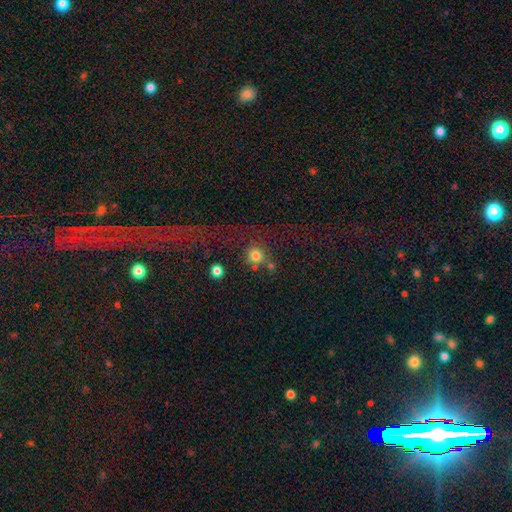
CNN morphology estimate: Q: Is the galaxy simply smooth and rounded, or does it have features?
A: smooth — 74%.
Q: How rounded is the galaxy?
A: round — 88%.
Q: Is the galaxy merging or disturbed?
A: none — 51%.